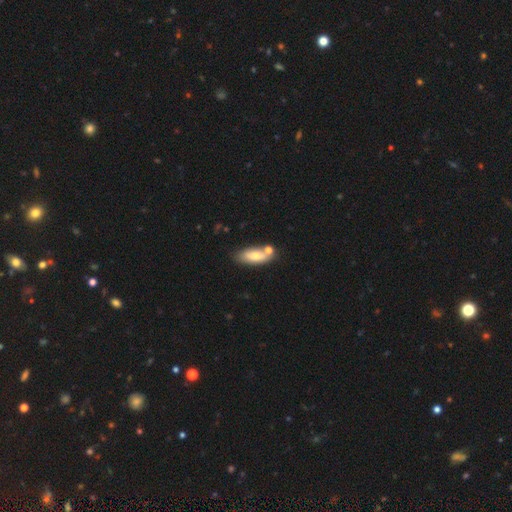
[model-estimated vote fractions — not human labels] Smooth or featured? Predicted: smooth (p=0.69). How rounded? Predicted: in between (p=0.71). Merging? Predicted: none (p=0.63).